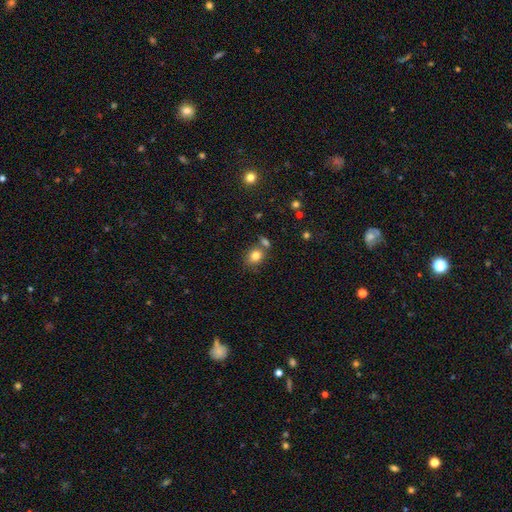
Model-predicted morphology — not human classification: Overall: smooth (81%). How rounded: round (58%; in between 41%). Merging: none (62%).